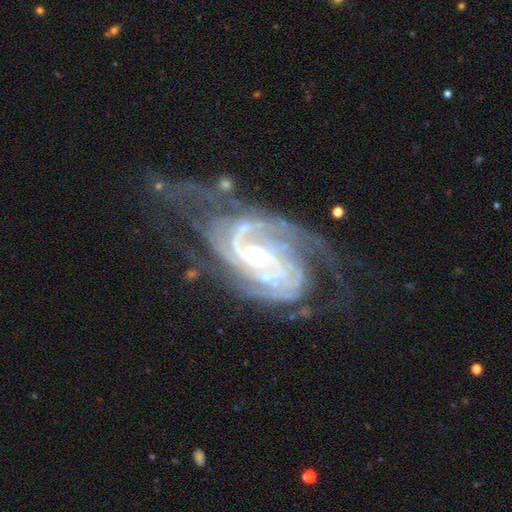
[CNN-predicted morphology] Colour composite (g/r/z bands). It shows a featured or disk galaxy (91%) with no bar (48%), 2 (36%) tight (58%) spiral arms (98%) and a small central bulge (54%). Merging: none (49%).